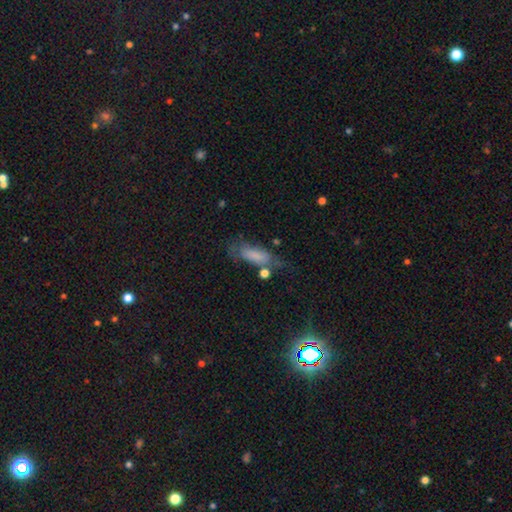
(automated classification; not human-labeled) Overall: smooth (69%). How rounded: in between (67%; cigar-shaped 30%). Merging: none (44%; minor disturbance 28%).